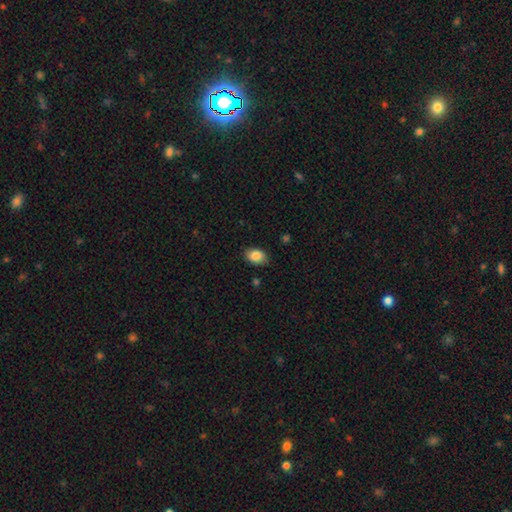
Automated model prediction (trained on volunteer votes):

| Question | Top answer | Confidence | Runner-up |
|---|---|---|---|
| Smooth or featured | smooth | 87% | star or artifact (8%) |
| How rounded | in between | 80% | round (19%) |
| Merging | none | 85% | minor disturbance (12%) |